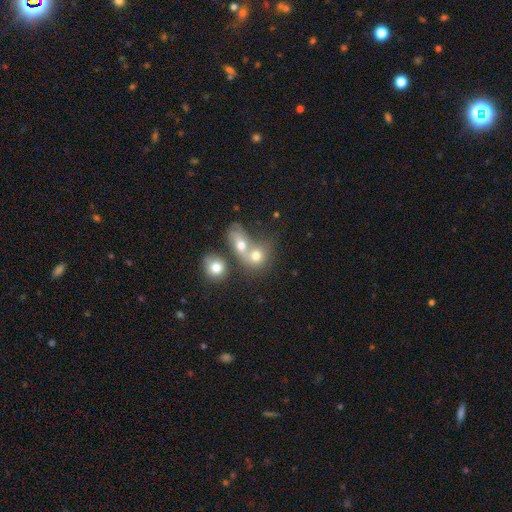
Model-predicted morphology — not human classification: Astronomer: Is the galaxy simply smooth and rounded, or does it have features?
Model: smooth — 67%.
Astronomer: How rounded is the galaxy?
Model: round — 64%.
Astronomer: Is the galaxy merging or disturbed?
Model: merger — 61%.